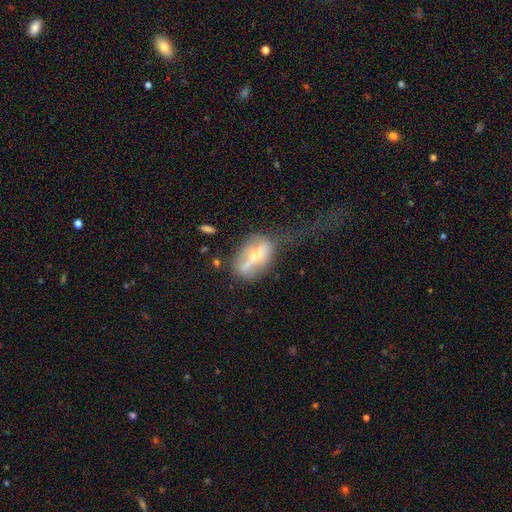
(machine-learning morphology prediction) A featured or disk galaxy (50%).

Vote fractions:
- Smooth or featured? featured or disk: 50% / smooth: 41% / star or artifact: 9%
- Merging? major disturbance: 36% / none: 27% / minor disturbance: 22% / merger: 15%